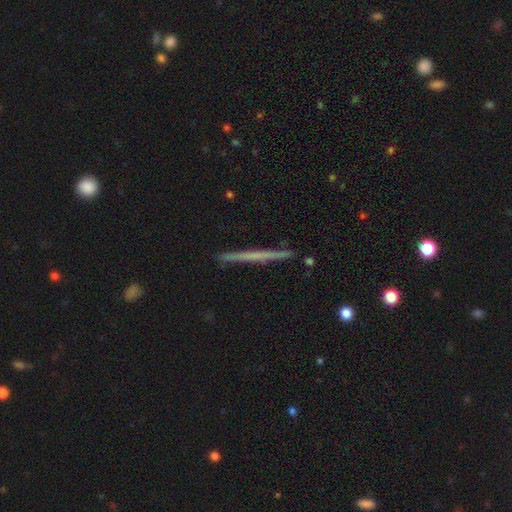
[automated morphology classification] smooth_or_featured: featured or disk (p=0.58) [alt: smooth p=0.37]
disk_edge_on: yes (p=0.98) [alt: no p=0.02]
edge_on_bulge: none (p=0.87) [alt: rounded p=0.09]
merging: none (p=0.92) [alt: minor disturbance p=0.06]